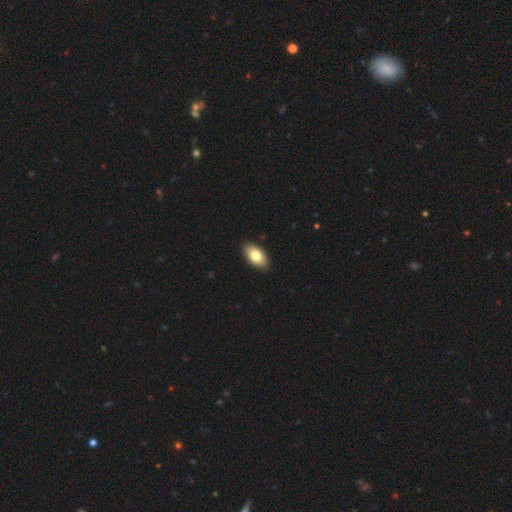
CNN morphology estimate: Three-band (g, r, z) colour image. It shows a smooth galaxy with no disk features (81%) that is in between round and cigar-shaped (94%). Merging: none (90%).